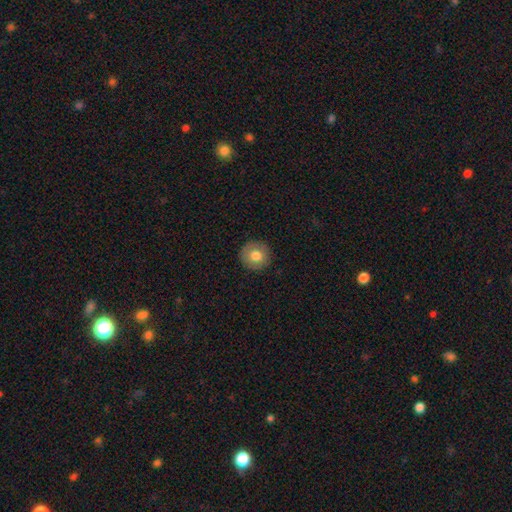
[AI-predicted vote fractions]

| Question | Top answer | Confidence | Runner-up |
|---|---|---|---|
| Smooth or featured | smooth | 77% | featured or disk (15%) |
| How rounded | round | 94% | in between (5%) |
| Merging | none | 90% | minor disturbance (7%) |